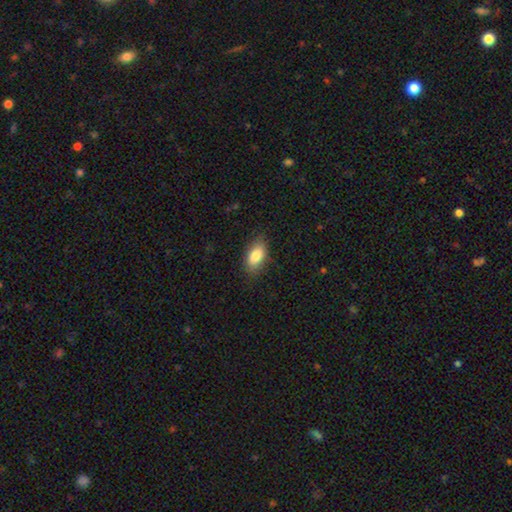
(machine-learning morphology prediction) This appears to be a smooth galaxy with no disk features (84%) that is in between round and cigar-shaped (92%). Merging: none (82%).